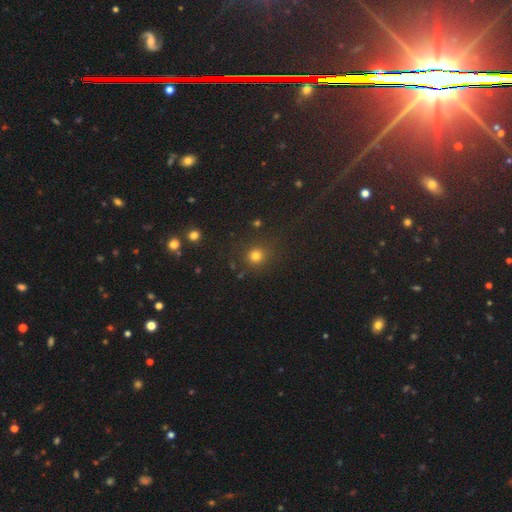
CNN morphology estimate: Smooth or featured: smooth — 77% (star or artifact — 18%)
How rounded: round — 90% (in between — 9%)
Merging: none — 83% (minor disturbance — 9%)